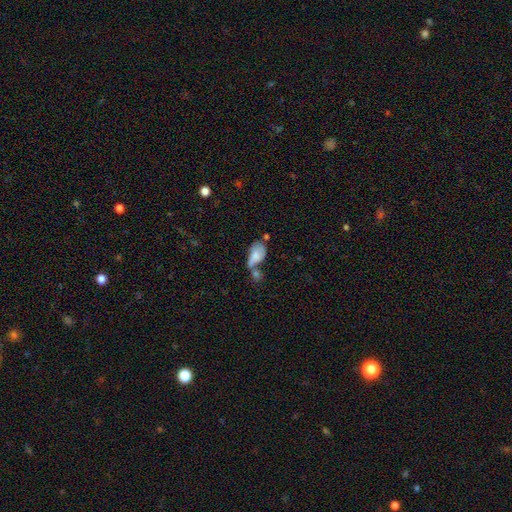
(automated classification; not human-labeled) Smooth or featured? smooth (63%)
How rounded? in between (88%)
Merging? merger (48%)